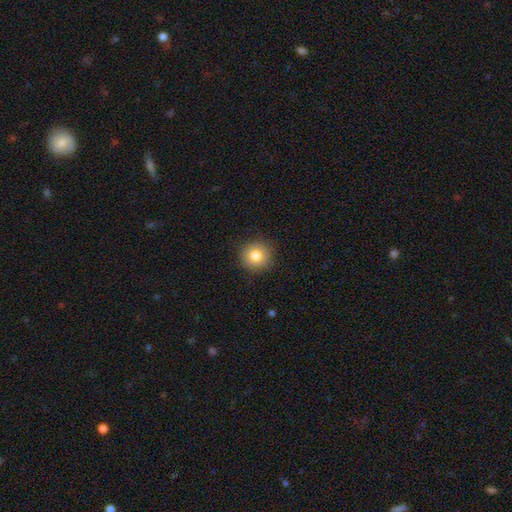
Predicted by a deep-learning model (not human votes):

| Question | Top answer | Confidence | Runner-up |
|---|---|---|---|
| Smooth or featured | smooth | 81% | star or artifact (10%) |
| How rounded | round | 93% | in between (6%) |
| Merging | none | 90% | minor disturbance (7%) |